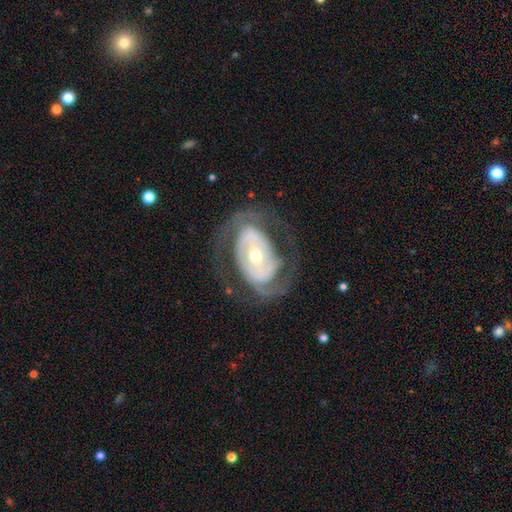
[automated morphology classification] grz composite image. It shows a featured or disk galaxy (85%) with no bar (47%), 2 (68%) tight (47%) spiral arms (81%) and a moderate central bulge (49%). Merging: none (66%).